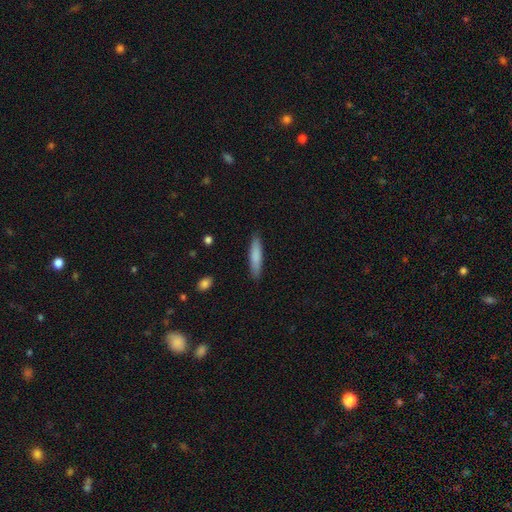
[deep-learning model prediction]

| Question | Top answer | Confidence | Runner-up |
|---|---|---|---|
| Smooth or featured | smooth | 81% | featured or disk (13%) |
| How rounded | cigar-shaped | 84% | in between (15%) |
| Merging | none | 88% | minor disturbance (8%) |